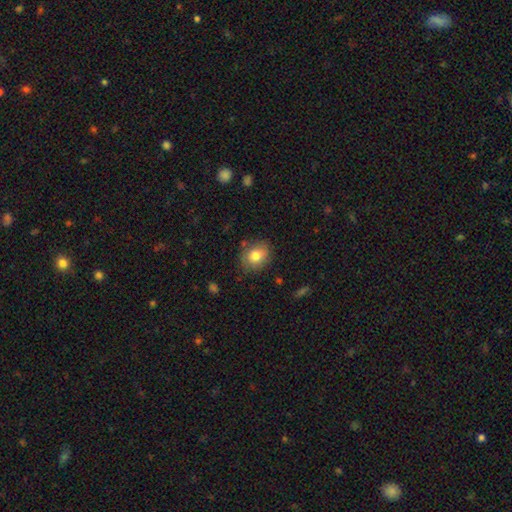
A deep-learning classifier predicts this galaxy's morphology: The model was most divided on "how rounded": round: 57%, in between: 43%, cigar-shaped: 1%. More confident: merging — none (80%); smooth or featured — smooth (79%).